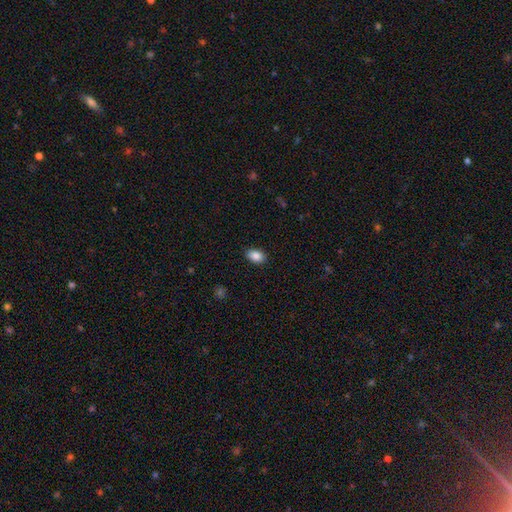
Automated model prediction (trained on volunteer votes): Smooth or featured? smooth (87%)
How rounded? in between (88%)
Merging? none (88%)